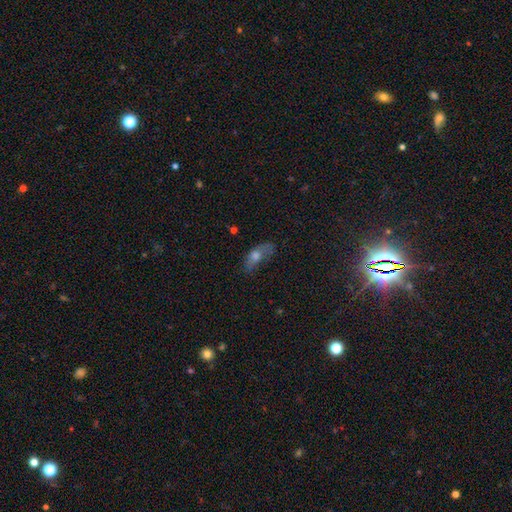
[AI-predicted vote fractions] A smooth galaxy with no disk features (51%) that is in between round and cigar-shaped (71%). Merging: none (45%).